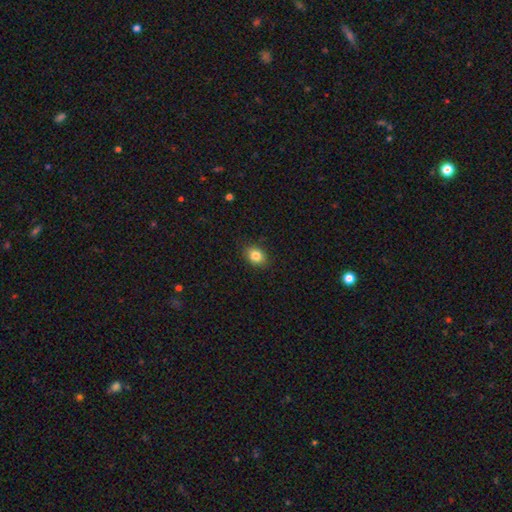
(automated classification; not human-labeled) smooth-or-featured: smooth: 84% | star or artifact: 10% | featured or disk: 7%
  how-rounded: in between: 61% | round: 38% | cigar-shaped: 1%
  merging: none: 87% | minor disturbance: 10% | major disturbance: 2% | merger: 1%